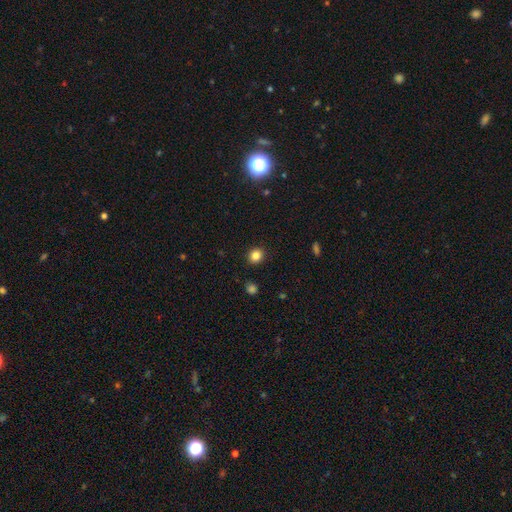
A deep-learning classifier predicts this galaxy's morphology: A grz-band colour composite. It shows a smooth galaxy with no disk features (84%) that is round (73%). Merging: none (90%).